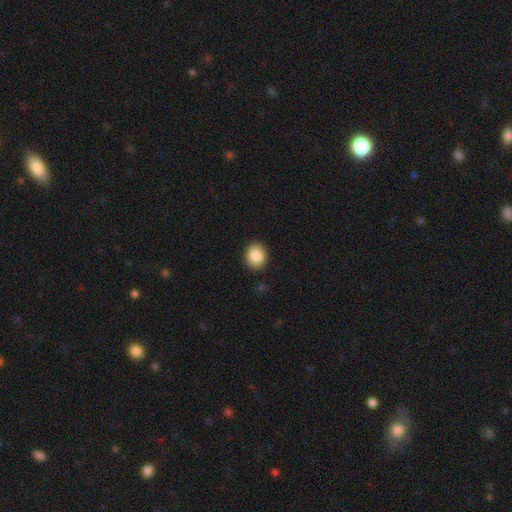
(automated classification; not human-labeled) This appears to be a smooth galaxy with no disk features (87%) that is round (65%). Merging: none (90%).